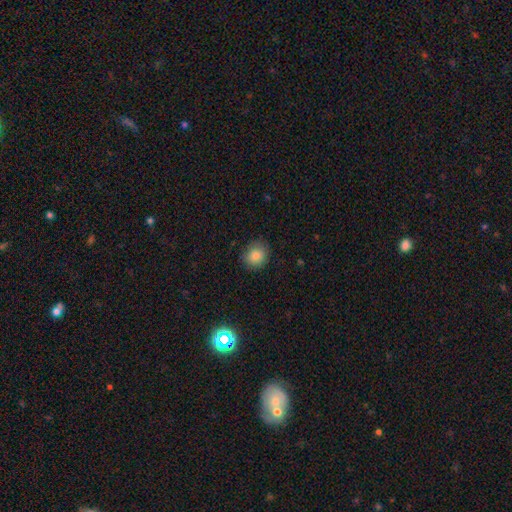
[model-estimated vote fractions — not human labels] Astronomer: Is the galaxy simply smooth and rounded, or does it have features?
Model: smooth — 85%.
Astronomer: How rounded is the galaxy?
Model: round — 78%.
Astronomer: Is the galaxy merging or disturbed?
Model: none — 84%.